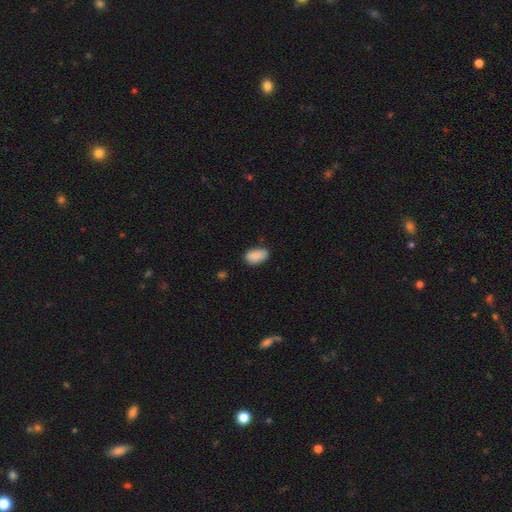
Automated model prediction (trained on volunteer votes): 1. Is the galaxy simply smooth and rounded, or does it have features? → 87% smooth, 7% star or artifact, 6% featured or disk.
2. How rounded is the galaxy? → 92% in between, 7% round, 1% cigar-shaped.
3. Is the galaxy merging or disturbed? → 72% none, 23% minor disturbance, 3% major disturbance, 2% merger.